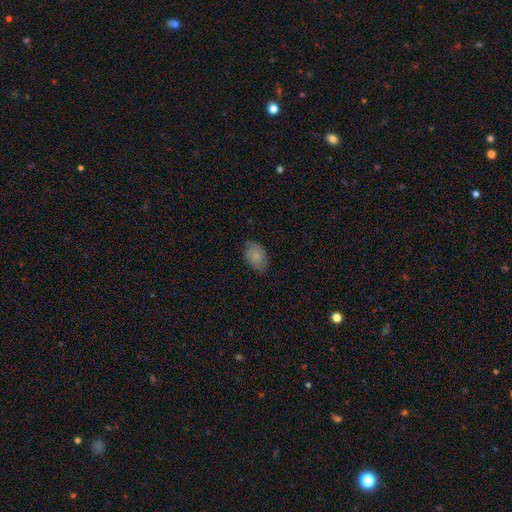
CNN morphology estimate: smooth 75%, featured or disk 18%, star or artifact 7%. Down the decision tree: how rounded — in between (87%); merging — none (74%).